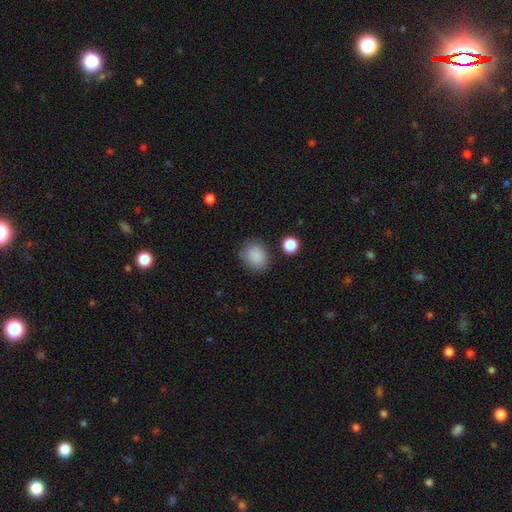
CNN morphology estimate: A smooth galaxy with no disk features (87%) that is round (61%).

Vote fractions:
- Smooth or featured? smooth: 87% / star or artifact: 9% / featured or disk: 4%
- How rounded? round: 61% / in between: 38% / cigar-shaped: 1%
- Merging? none: 78% / minor disturbance: 15% / major disturbance: 4% / merger: 3%